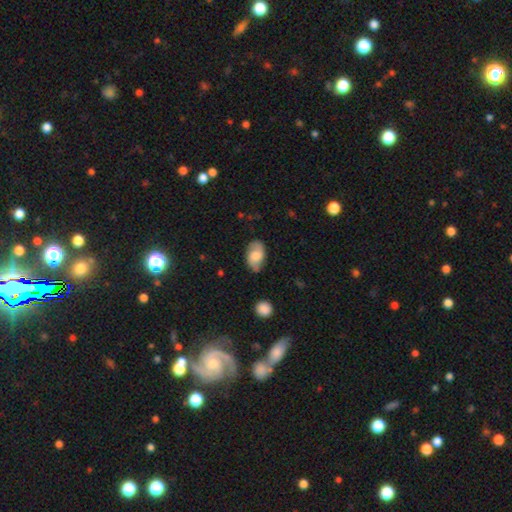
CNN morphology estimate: This is likely a smooth galaxy (61%). How rounded: clearly in between (91%). Merging: likely none (71%).